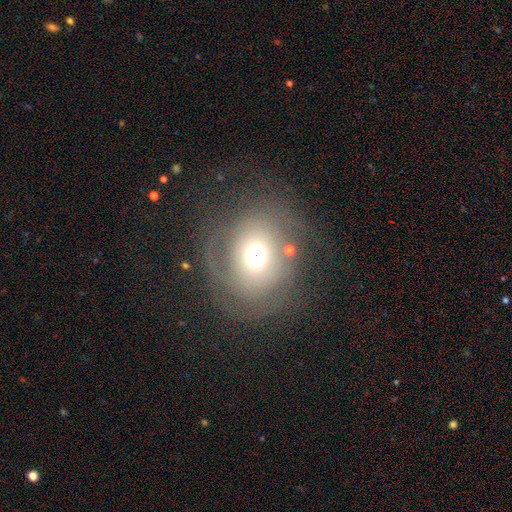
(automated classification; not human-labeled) Smooth or featured?
  - smooth: 46% *
  - featured or disk: 40%
  - star or artifact: 14%
Merging?
  - none: 59% *
  - major disturbance: 21%
  - minor disturbance: 17%
  - merger: 3%